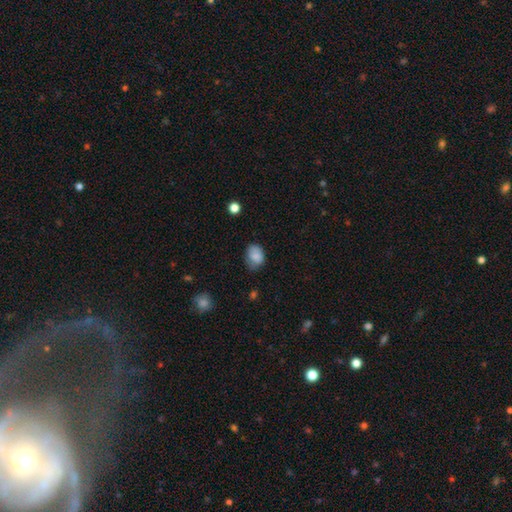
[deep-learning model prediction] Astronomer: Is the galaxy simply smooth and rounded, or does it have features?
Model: smooth — 83%.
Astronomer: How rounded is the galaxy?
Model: in between — 67%.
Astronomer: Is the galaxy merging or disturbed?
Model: none — 58%.